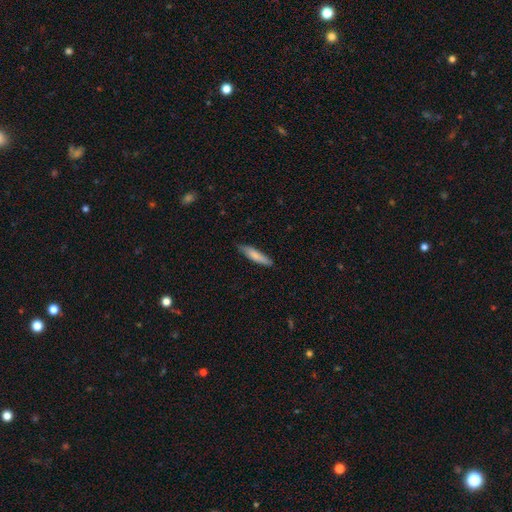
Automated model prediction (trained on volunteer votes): The model was most divided on "smooth or featured": smooth: 77%, featured or disk: 17%, star or artifact: 5%. More confident: how rounded — cigar-shaped (83%); merging — none (81%).